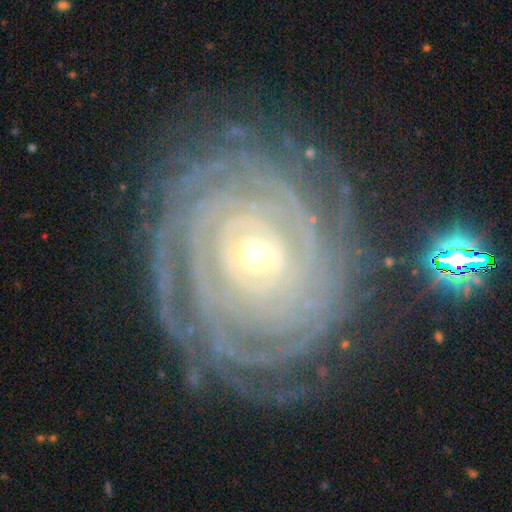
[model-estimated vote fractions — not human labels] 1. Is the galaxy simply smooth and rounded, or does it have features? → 90% featured or disk, 6% star or artifact, 4% smooth.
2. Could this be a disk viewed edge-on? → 97% no, 3% yes.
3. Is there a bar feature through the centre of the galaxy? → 65% no, 22% weak, 13% strong.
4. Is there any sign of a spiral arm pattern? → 98% yes, 2% no.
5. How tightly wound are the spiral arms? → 91% tight, 8% medium, 2% loose.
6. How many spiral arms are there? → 29% more than 4, 22% can't tell, 19% 4, 12% 3, 11% 2, 8% 1.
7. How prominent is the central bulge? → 66% small, 30% moderate, 1% large, 1% none, 1% dominant.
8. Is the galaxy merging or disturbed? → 81% none, 13% minor disturbance, 5% major disturbance, 2% merger.